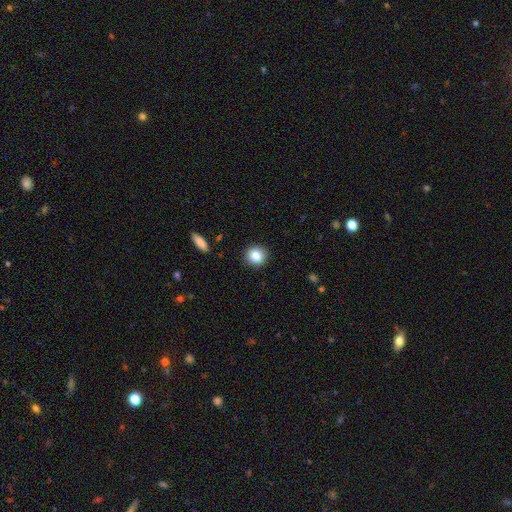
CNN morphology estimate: Smooth or featured?
  - smooth: 84% *
  - star or artifact: 9%
  - featured or disk: 6%
How rounded?
  - round: 89% *
  - in between: 10%
  - cigar-shaped: 1%
Merging?
  - none: 90% *
  - minor disturbance: 6%
  - major disturbance: 2%
  - merger: 1%